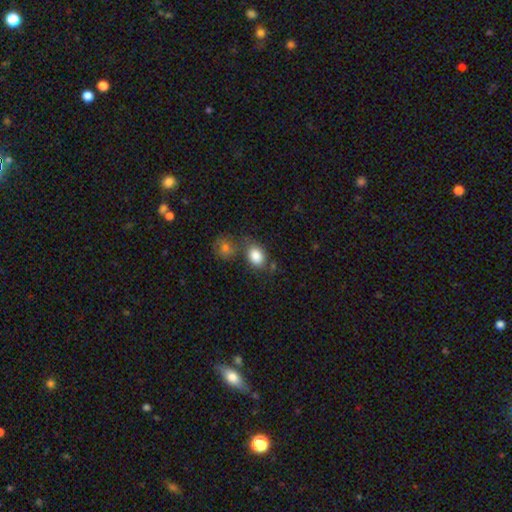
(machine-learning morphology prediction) Smooth or featured? smooth (85%)
How rounded? in between (70%)
Merging? none (57%)